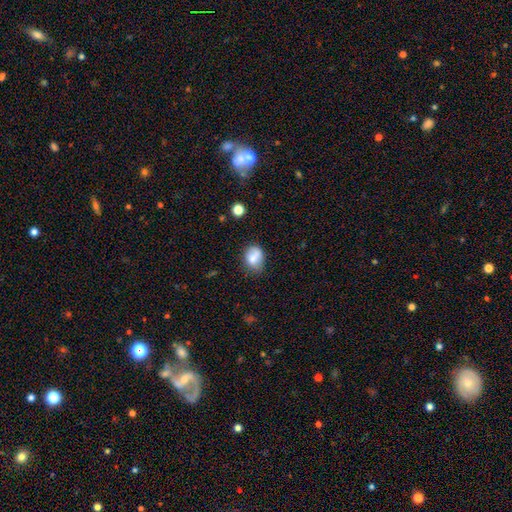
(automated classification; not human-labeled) smooth 76%, featured or disk 15%, star or artifact 10%. Down the decision tree: how rounded — in between (57%); merging — none (53%).